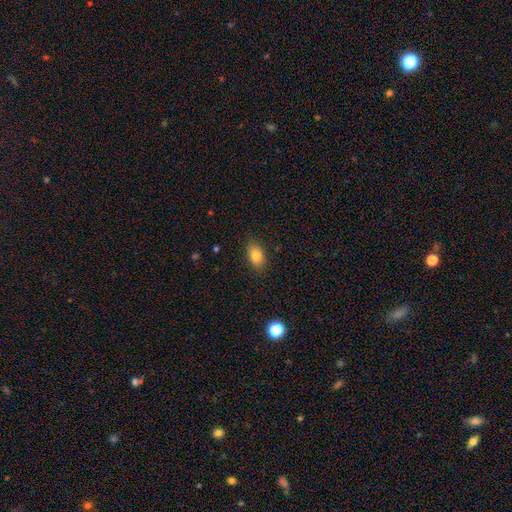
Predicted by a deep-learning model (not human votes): Smooth or featured? Predicted: smooth (p=0.82). How rounded? Predicted: in between (p=0.84). Merging? Predicted: none (p=0.83).